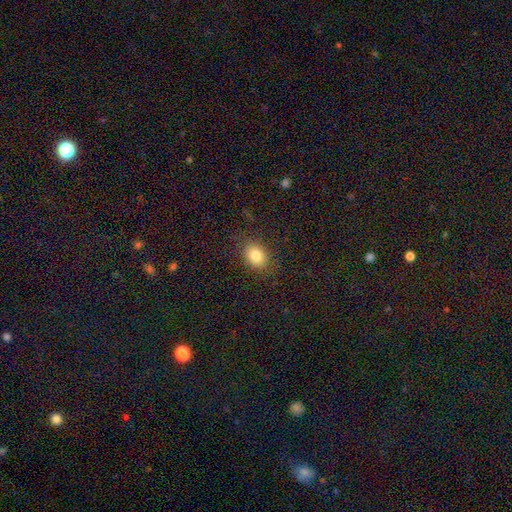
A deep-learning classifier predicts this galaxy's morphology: Smooth or featured? Predicted: smooth (p=0.82). How rounded? Predicted: in between (p=0.61). Merging? Predicted: none (p=0.86).